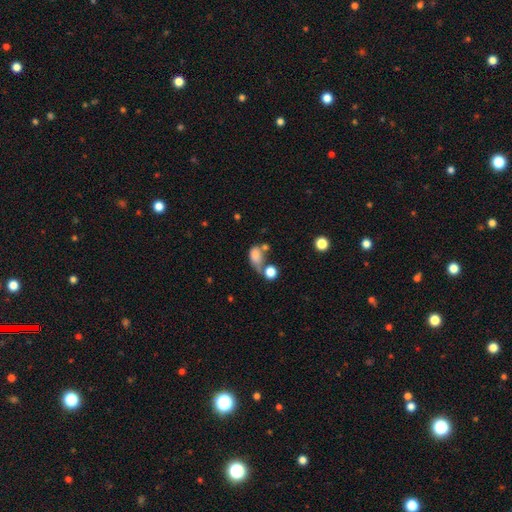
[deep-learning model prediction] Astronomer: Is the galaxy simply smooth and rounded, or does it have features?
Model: smooth — 77%.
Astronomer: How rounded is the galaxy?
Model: in between — 77%.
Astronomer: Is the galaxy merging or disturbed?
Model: merger — 34% (runner-up: none, 26%).